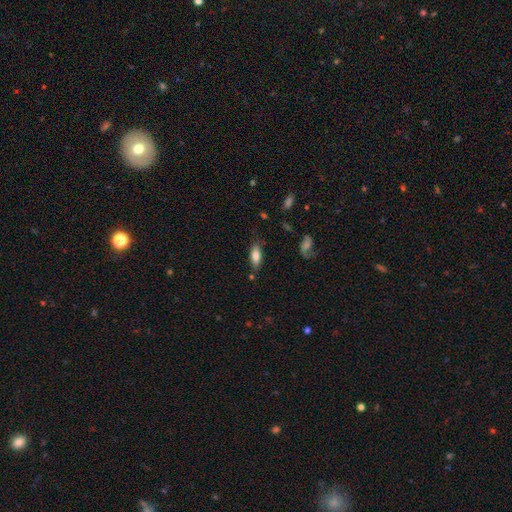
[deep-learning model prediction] This is likely a smooth galaxy (80%). How rounded: likely in between (75%). Merging: likely none (74%).